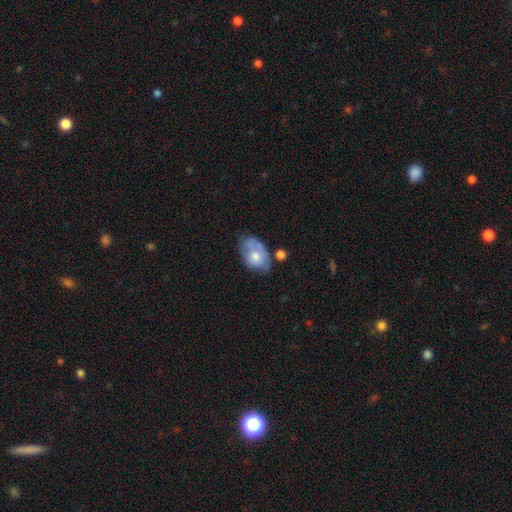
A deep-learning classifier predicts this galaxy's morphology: Overall: smooth (54%; featured or disk 39%). How rounded: in between (85%). Merging: none (41%; minor disturbance 33%).